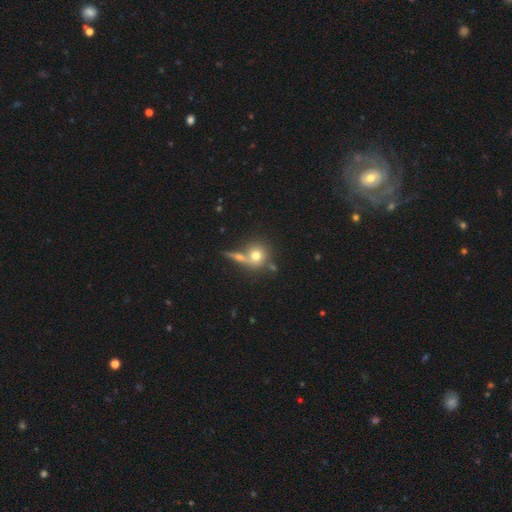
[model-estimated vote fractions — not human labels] Smooth or featured?
  - smooth: 71% *
  - featured or disk: 18%
  - star or artifact: 11%
How rounded?
  - round: 88% *
  - in between: 9%
  - cigar-shaped: 2%
Merging?
  - none: 53% *
  - merger: 32%
  - minor disturbance: 10%
  - major disturbance: 5%